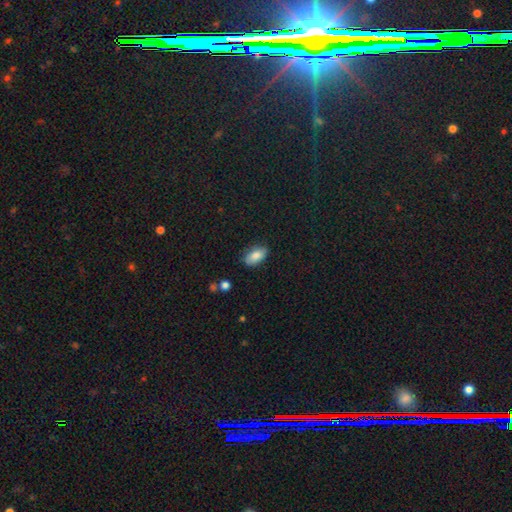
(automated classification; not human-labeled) This appears to be a smooth galaxy with no disk features (82%) that is in between round and cigar-shaped (92%). Merging: none (79%).